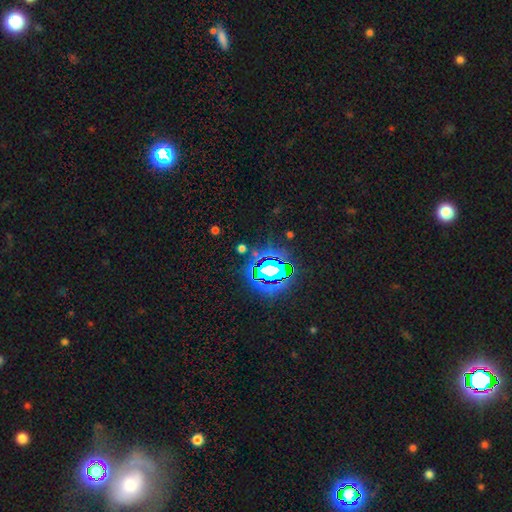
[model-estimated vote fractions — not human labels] star or artifact 80%, smooth 12%, featured or disk 8%.